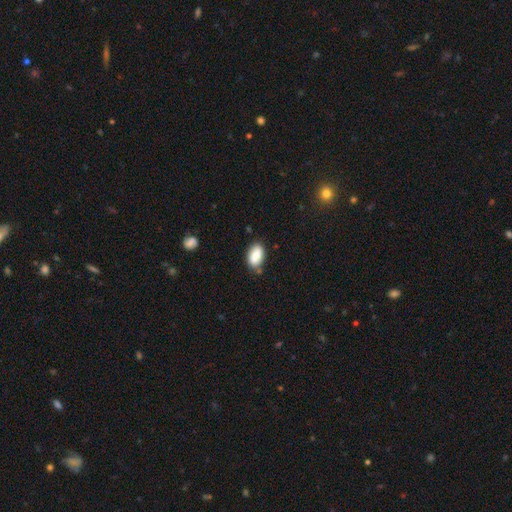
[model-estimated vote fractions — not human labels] This appears to be a smooth galaxy with no disk features (85%) that is in between round and cigar-shaped (91%). Merging: none (72%).